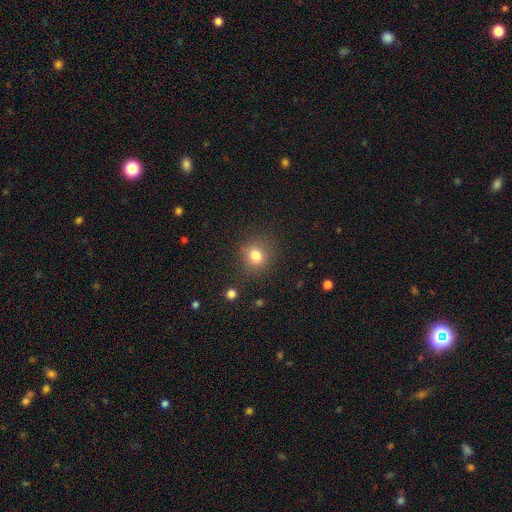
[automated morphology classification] This is likely a smooth galaxy (79%). How rounded: clearly round (81%). Merging: clearly none (85%).